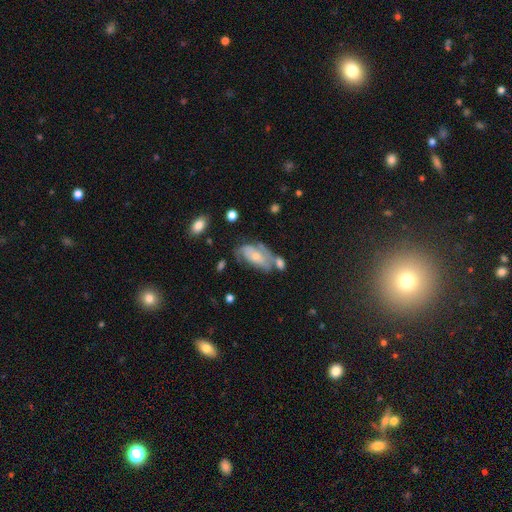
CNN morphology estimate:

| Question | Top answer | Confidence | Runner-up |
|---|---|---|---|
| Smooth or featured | featured or disk | 58% | smooth (34%) |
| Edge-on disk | no | 92% | yes (8%) |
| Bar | no | 68% | weak (25%) |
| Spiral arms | yes | 75% | no (25%) |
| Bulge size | small | 45% | moderate (40%) |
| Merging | none | 36% | minor disturbance (26%) |